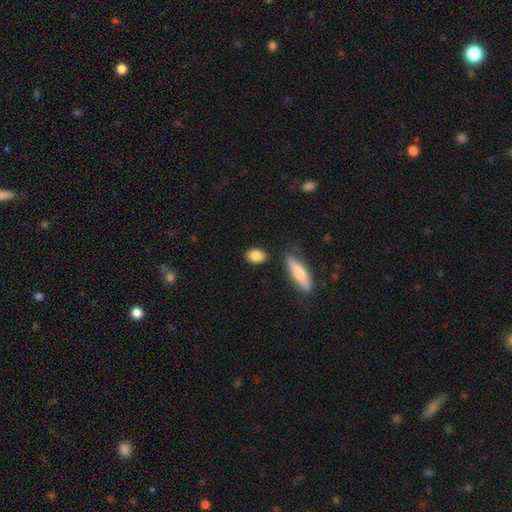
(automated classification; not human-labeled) smooth_or_featured: smooth (p=0.85) [alt: featured or disk p=0.08]
how_rounded: in between (p=0.83) [alt: round p=0.12]
merging: none (p=0.82) [alt: minor disturbance p=0.10]